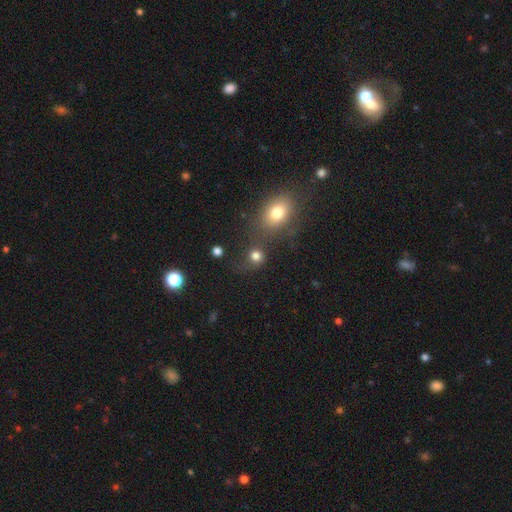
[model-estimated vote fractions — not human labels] The model was most divided on "merging": none: 57%, merger: 23%, minor disturbance: 12%, major disturbance: 8%. More confident: smooth or featured — smooth (78%); how rounded — round (77%).